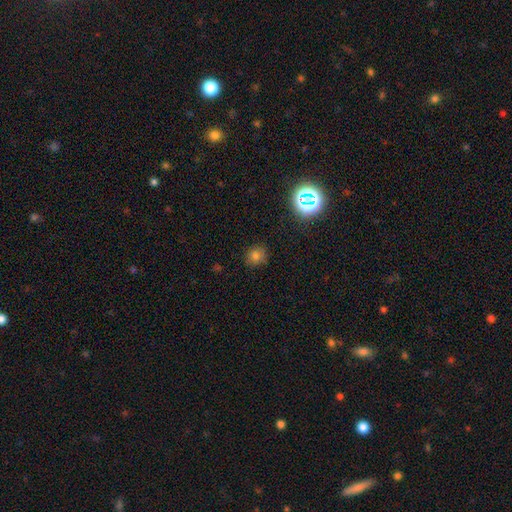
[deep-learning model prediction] Smooth or featured: smooth — 75% (star or artifact — 18%)
How rounded: round — 84% (in between — 15%)
Merging: none — 85% (minor disturbance — 11%)